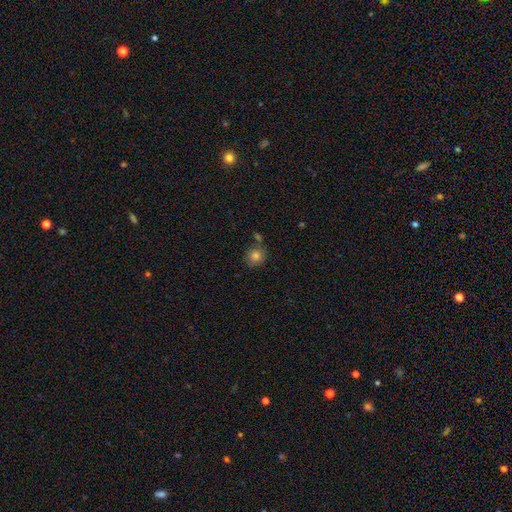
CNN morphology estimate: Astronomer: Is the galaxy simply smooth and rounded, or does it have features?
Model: smooth — 82%.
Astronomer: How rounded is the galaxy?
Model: round — 86%.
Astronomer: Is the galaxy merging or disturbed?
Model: none — 70%.